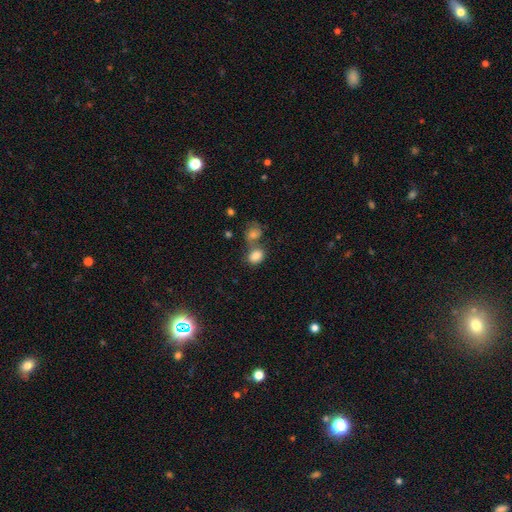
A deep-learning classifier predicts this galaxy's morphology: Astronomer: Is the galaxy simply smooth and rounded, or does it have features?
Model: smooth — 83%.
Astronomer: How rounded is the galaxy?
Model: in between — 67%.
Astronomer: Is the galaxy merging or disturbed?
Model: none — 42%, tied with merger at 42%.